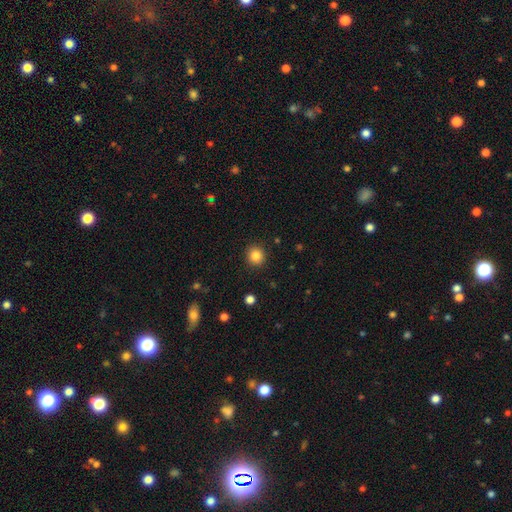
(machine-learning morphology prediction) Overall: smooth (86%). How rounded: round (92%). Merging: none (91%).